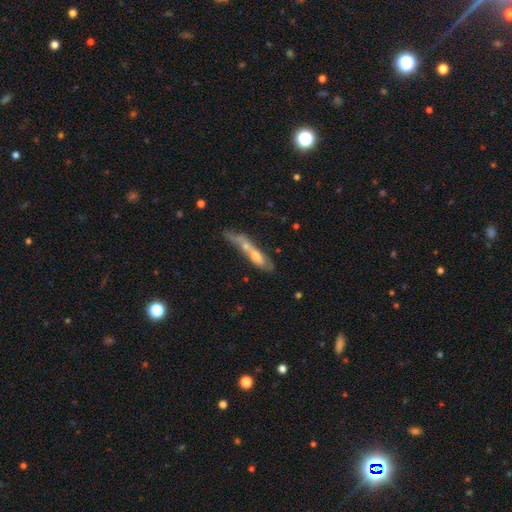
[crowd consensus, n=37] Morphology: type=featured or disk (70%); edge-on=yes (58%); edge-on bulge=rounded (67%); merging=merger (57%).